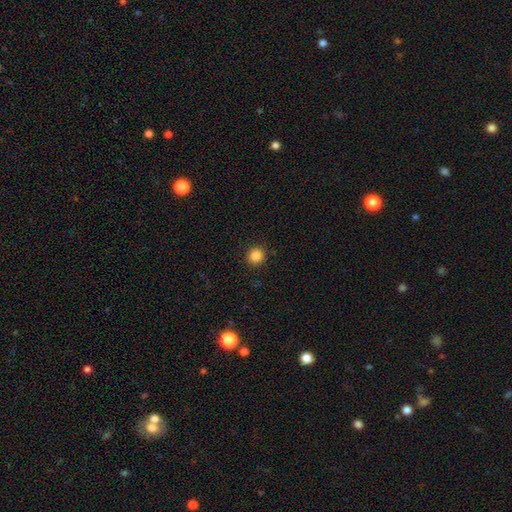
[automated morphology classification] Overall: smooth (86%). How rounded: round (92%). Merging: none (92%).